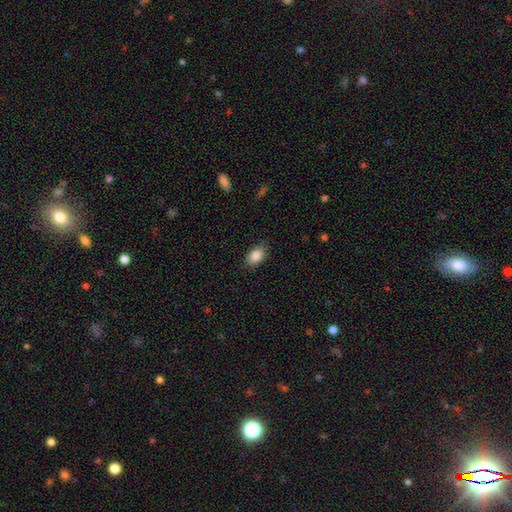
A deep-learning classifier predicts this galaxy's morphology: Smooth or featured?
  - smooth: 87% *
  - star or artifact: 8%
  - featured or disk: 6%
How rounded?
  - in between: 89% *
  - round: 10%
  - cigar-shaped: 2%
Merging?
  - none: 84% *
  - minor disturbance: 12%
  - major disturbance: 3%
  - merger: 1%